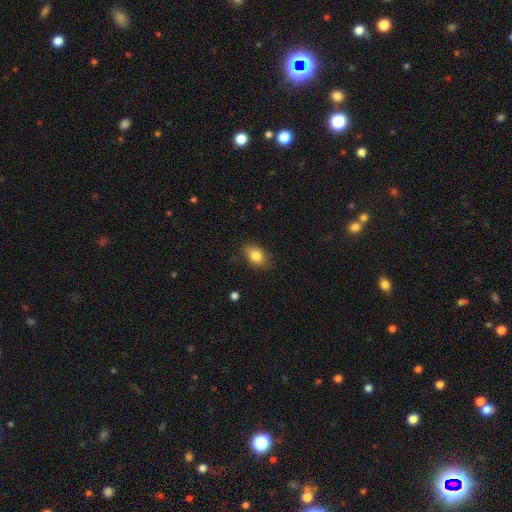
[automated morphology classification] Smooth or featured? Predicted: smooth (p=0.82). How rounded? Predicted: in between (p=0.77). Merging? Predicted: none (p=0.75).